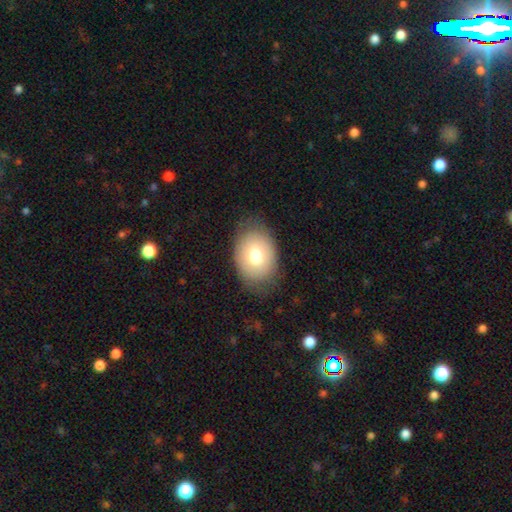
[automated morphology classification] Overall: smooth (72%). How rounded: in between (72%). Merging: none (76%).